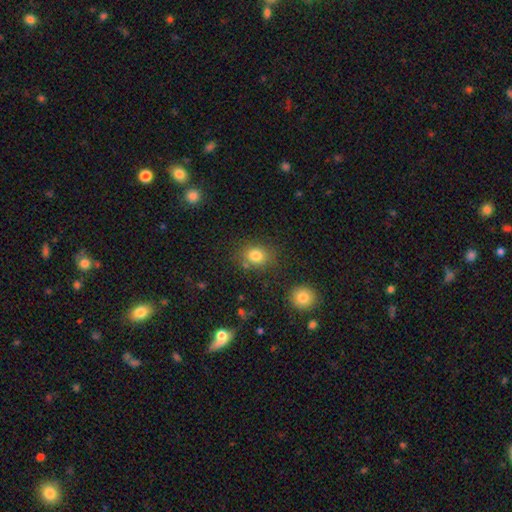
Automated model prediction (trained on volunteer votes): smooth 81%, star or artifact 12%, featured or disk 7%. Down the decision tree: how rounded — round (60%); merging — none (76%).